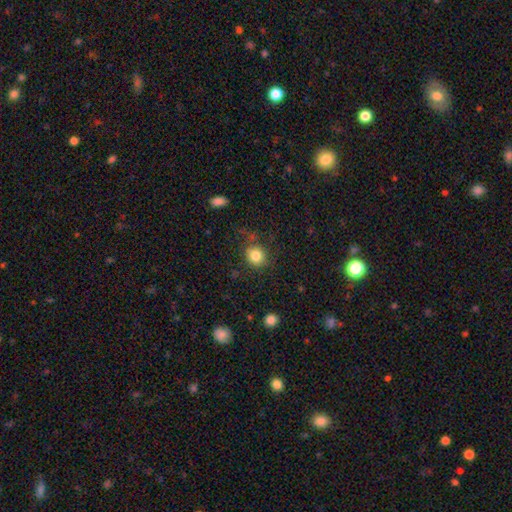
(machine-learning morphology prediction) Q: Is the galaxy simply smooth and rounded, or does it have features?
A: smooth — 83%.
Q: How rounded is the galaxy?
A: round — 83%.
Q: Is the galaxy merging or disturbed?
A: none — 79%.